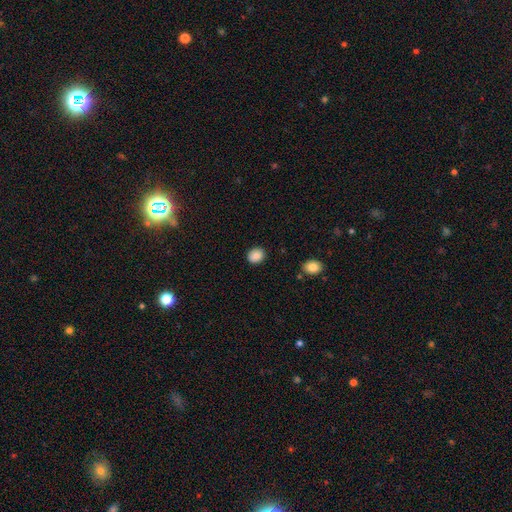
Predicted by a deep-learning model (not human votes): smooth_or_featured: smooth (p=0.87) [alt: star or artifact p=0.09]
how_rounded: round (p=0.67) [alt: in between p=0.32]
merging: none (p=0.87) [alt: minor disturbance p=0.09]